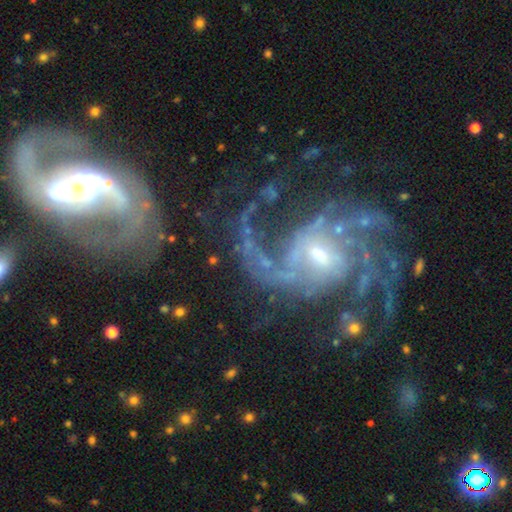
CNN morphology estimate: smooth-or-featured: featured or disk: 88% | star or artifact: 7% | smooth: 4%
  disk-edge-on: no: 98% | yes: 2%
    bar: weak: 44% | no: 40% | strong: 15%
    has-spiral-arms: yes: 96% | no: 4%
      spiral-winding: medium: 44% | loose: 39% | tight: 18%
      spiral-arm-count: 2: 33% | 3: 19% | can't tell: 18% | 4: 11% | 1: 9% | more than 4: 9%
    bulge-size: small: 57% | moderate: 35% | none: 4% | large: 3% | dominant: 1%
  merging: none: 46% | major disturbance: 28% | minor disturbance: 16% | merger: 10%